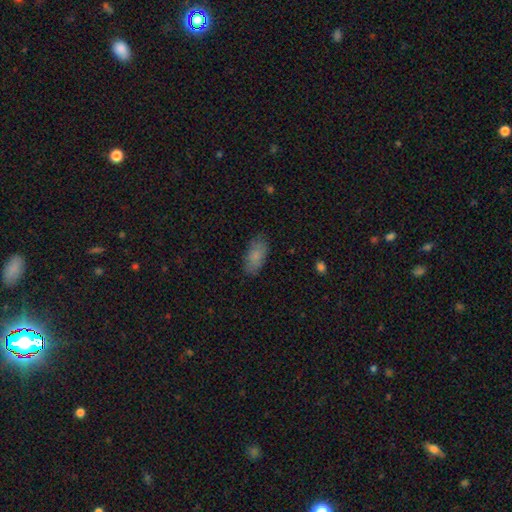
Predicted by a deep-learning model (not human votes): smooth-or-featured: smooth: 82% | featured or disk: 11% | star or artifact: 7%
  how-rounded: in between: 91% | cigar-shaped: 7% | round: 3%
  merging: none: 80% | minor disturbance: 15% | major disturbance: 4% | merger: 1%